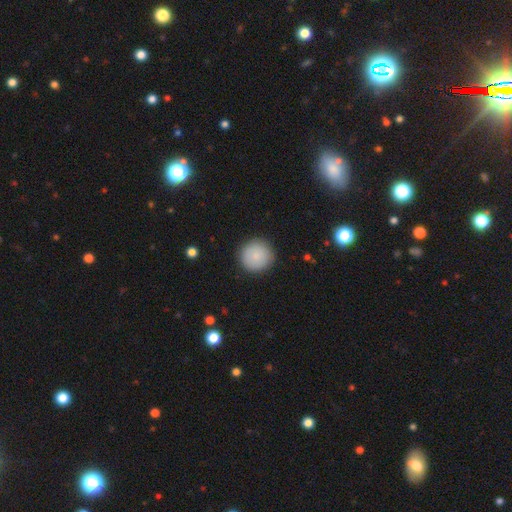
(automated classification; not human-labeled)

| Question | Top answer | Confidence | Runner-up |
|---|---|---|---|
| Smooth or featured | smooth | 87% | star or artifact (7%) |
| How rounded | round | 95% | in between (4%) |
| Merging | none | 90% | minor disturbance (7%) |